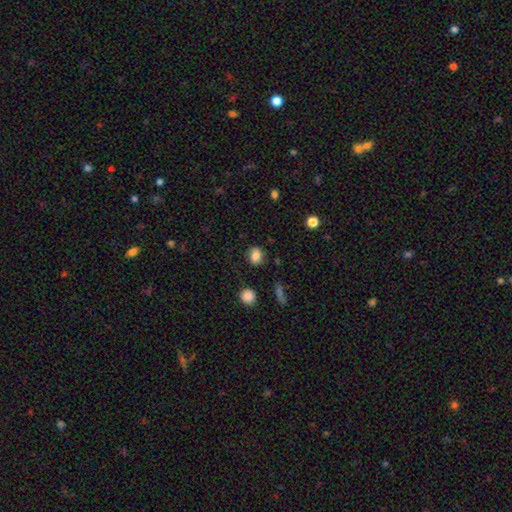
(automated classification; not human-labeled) A smooth galaxy with no disk features (83%) that is round (61%).

Vote fractions:
- Smooth or featured? smooth: 83% / star or artifact: 10% / featured or disk: 7%
- How rounded? round: 61% / in between: 38% / cigar-shaped: 1%
- Merging? none: 80% / minor disturbance: 13% / major disturbance: 4% / merger: 2%